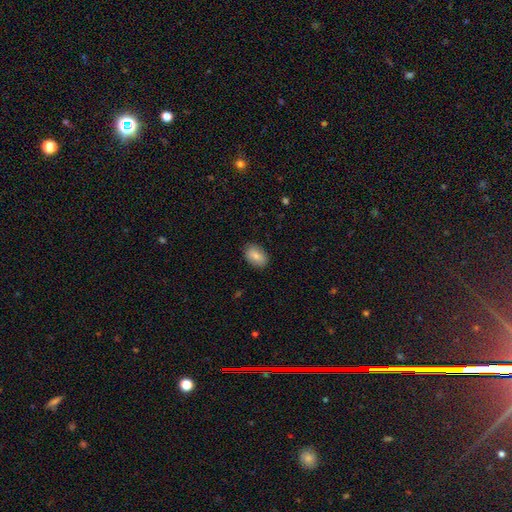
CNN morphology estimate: smooth_or_featured: smooth (p=0.82) [alt: featured or disk p=0.11]
how_rounded: in between (p=0.86) [alt: round p=0.12]
merging: none (p=0.86) [alt: minor disturbance p=0.10]